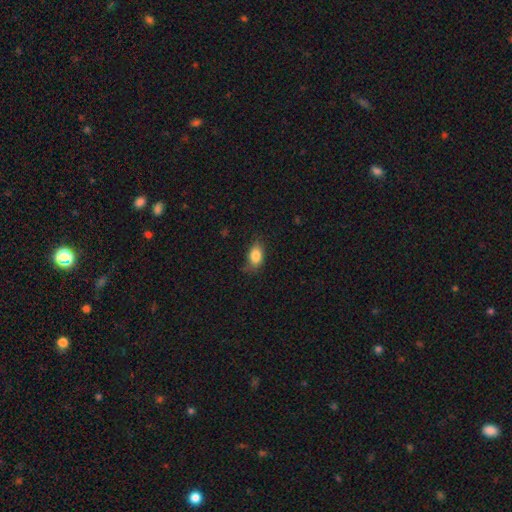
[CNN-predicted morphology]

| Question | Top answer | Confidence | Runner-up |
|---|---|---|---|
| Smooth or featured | smooth | 83% | featured or disk (9%) |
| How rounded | in between | 87% | round (10%) |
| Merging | none | 67% | minor disturbance (25%) |